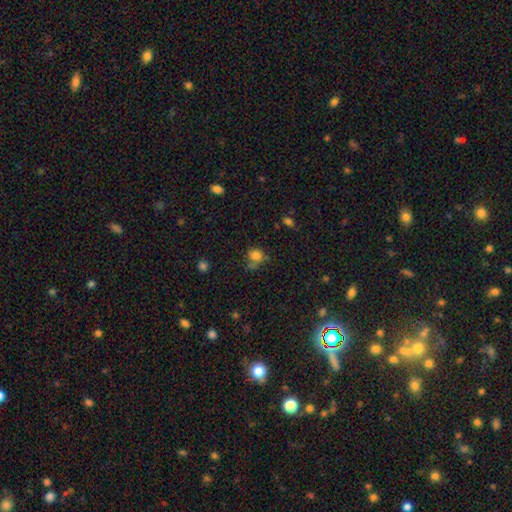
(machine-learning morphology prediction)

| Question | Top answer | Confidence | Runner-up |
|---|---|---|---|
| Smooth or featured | smooth | 77% | star or artifact (14%) |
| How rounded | round | 71% | in between (28%) |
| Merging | none | 51% | minor disturbance (22%) |